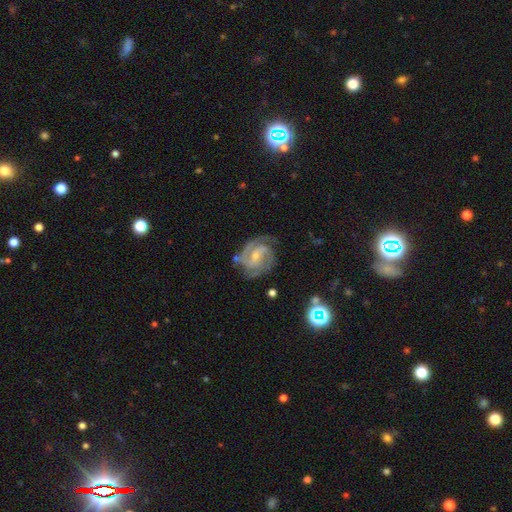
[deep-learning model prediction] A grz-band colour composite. It shows a featured or disk galaxy (88%) with a weak bar (49%), 2 (37%) tight (48%) spiral arms (98%) and a small central bulge (66%). Merging: none (73%).